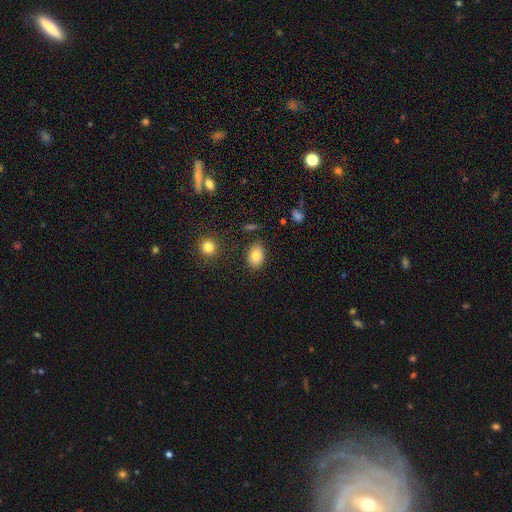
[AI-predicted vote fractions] smooth 83%, star or artifact 9%, featured or disk 8%. Down the decision tree: how rounded — in between (81%); merging — none (85%).